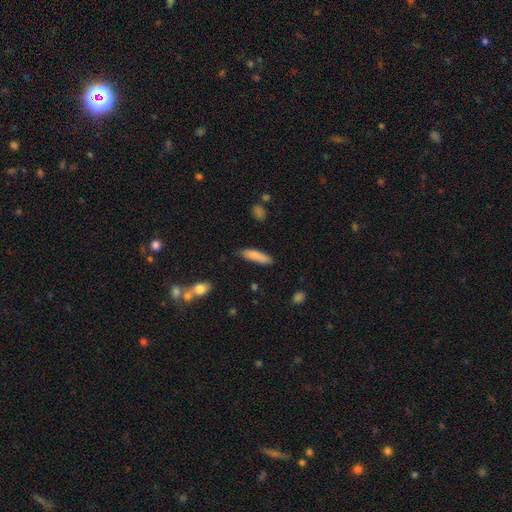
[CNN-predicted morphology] smooth-or-featured: smooth: 84% | featured or disk: 10% | star or artifact: 6%
  how-rounded: cigar-shaped: 66% | in between: 32% | round: 2%
  merging: none: 79% | minor disturbance: 15% | major disturbance: 3% | merger: 2%